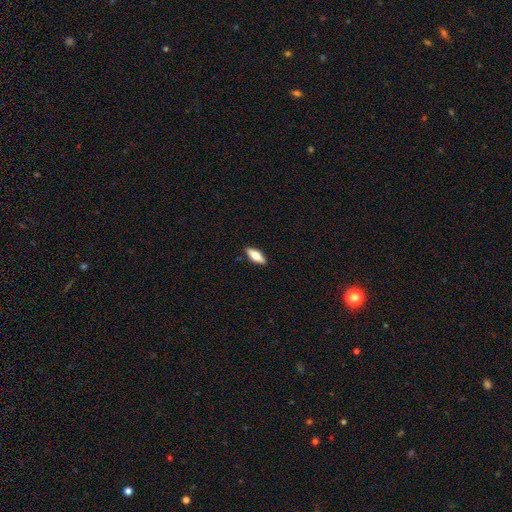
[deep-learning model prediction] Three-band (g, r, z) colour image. It shows a smooth galaxy with no disk features (67%) that is in between round and cigar-shaped (70%). Merging: none (89%).